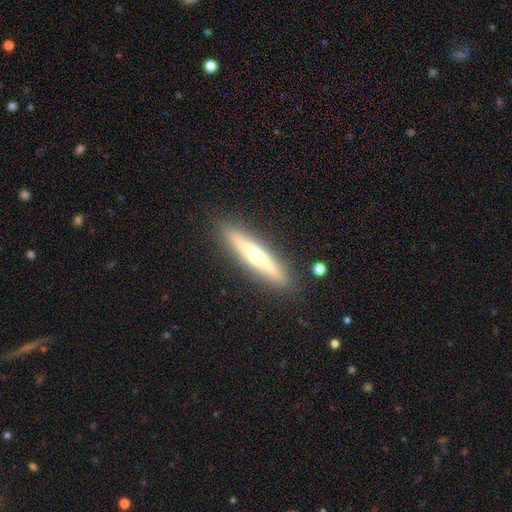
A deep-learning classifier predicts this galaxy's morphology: Smooth or featured: featured or disk — 50% (smooth — 43%)
Edge-on disk: yes — 86% (no — 14%)
Merging: none — 88% (minor disturbance — 8%)